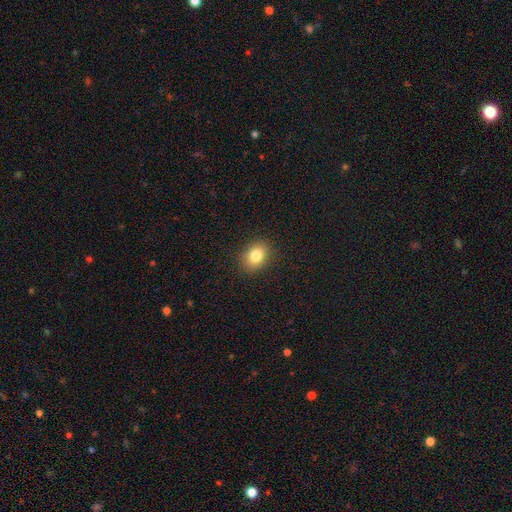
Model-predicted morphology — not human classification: smooth 83%, star or artifact 10%, featured or disk 8%. Down the decision tree: how rounded — in between (65%); merging — none (89%).